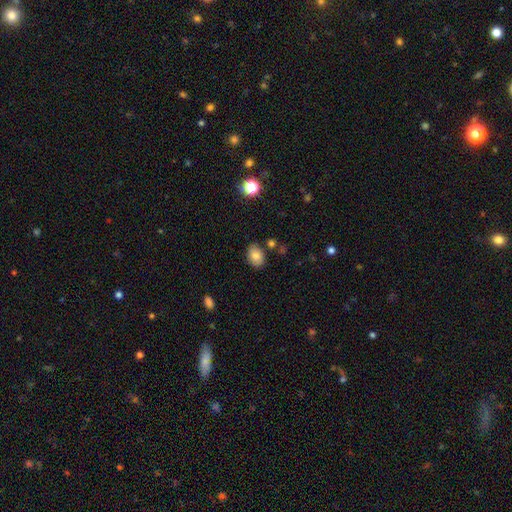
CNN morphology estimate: smooth_or_featured: smooth (p=0.81) [alt: star or artifact p=0.10]
how_rounded: in between (p=0.75) [alt: round p=0.24]
merging: none (p=0.81) [alt: minor disturbance p=0.12]